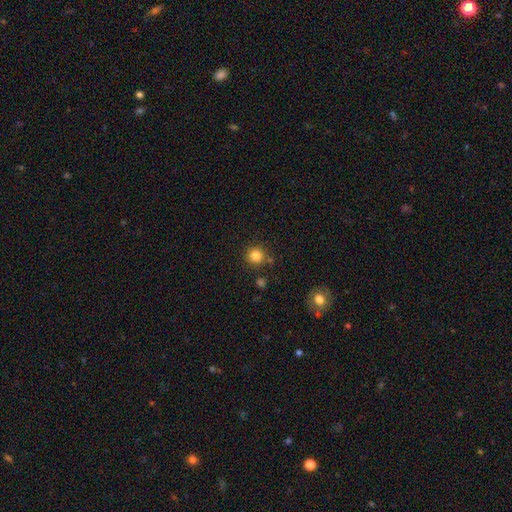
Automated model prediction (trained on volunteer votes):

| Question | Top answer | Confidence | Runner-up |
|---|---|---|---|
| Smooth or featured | smooth | 83% | star or artifact (12%) |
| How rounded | round | 94% | in between (5%) |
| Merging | none | 85% | minor disturbance (8%) |